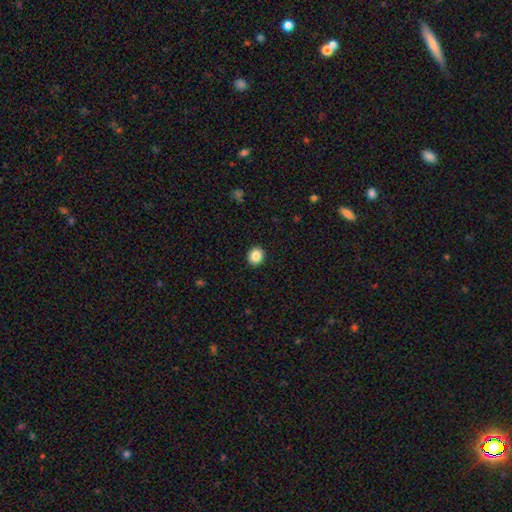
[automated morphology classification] Smooth or featured?
  - smooth: 86% *
  - star or artifact: 9%
  - featured or disk: 4%
How rounded?
  - round: 80% *
  - in between: 19%
  - cigar-shaped: 1%
Merging?
  - none: 92% *
  - minor disturbance: 5%
  - major disturbance: 2%
  - merger: 1%